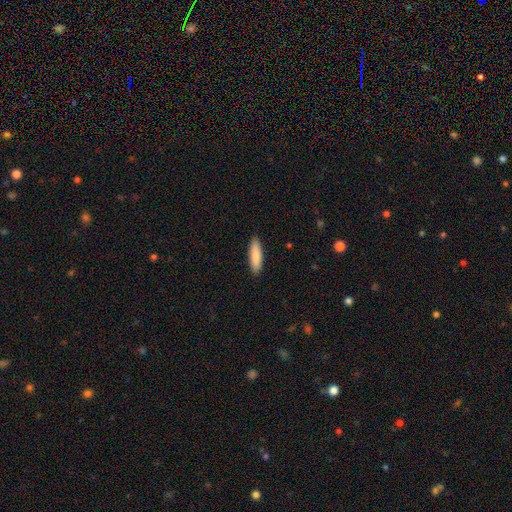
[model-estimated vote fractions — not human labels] A smooth galaxy with no disk features (85%) that is cigar-shaped (63%).

Vote fractions:
- Smooth or featured? smooth: 85% / featured or disk: 9% / star or artifact: 5%
- How rounded? cigar-shaped: 63% / in between: 35% / round: 1%
- Merging? none: 90% / minor disturbance: 7% / major disturbance: 2% / merger: 1%